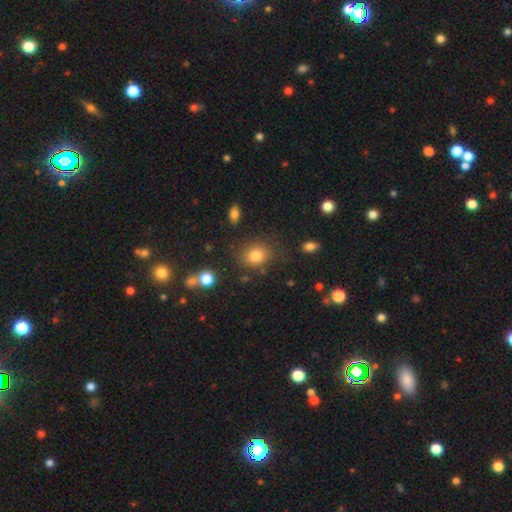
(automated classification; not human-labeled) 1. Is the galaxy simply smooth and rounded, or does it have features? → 81% smooth, 12% star or artifact, 8% featured or disk.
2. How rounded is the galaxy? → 51% round, 48% in between, 1% cigar-shaped.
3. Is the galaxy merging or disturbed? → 77% none, 14% minor disturbance, 5% major disturbance, 4% merger.